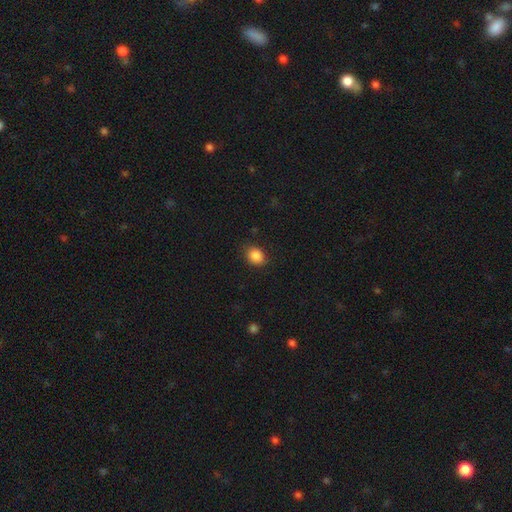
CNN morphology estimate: smooth-or-featured: smooth: 87% | star or artifact: 9% | featured or disk: 4%
  how-rounded: in between: 56% | round: 43% | cigar-shaped: 1%
  merging: none: 82% | minor disturbance: 13% | major disturbance: 3% | merger: 1%